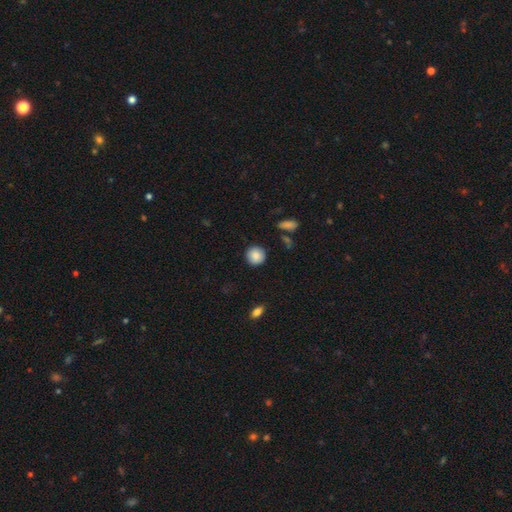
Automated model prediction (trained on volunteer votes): A smooth galaxy with no disk features (85%) that is round (93%).

Vote fractions:
- Smooth or featured? smooth: 85% / star or artifact: 8% / featured or disk: 7%
- How rounded? round: 93% / in between: 6% / cigar-shaped: 1%
- Merging? none: 90% / minor disturbance: 7% / major disturbance: 2% / merger: 2%